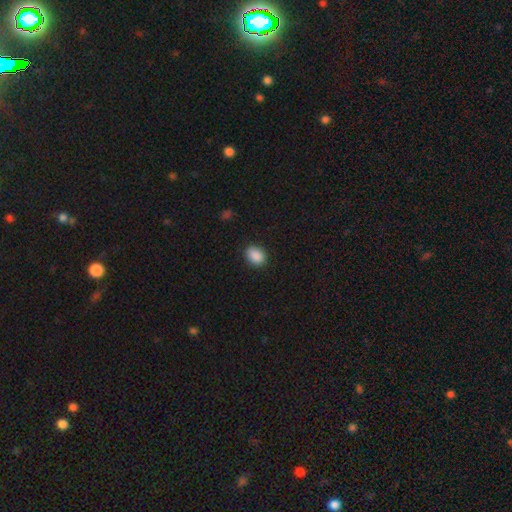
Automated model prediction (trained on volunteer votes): Smooth or featured: smooth — 89% (star or artifact — 8%)
How rounded: in between — 65% (round — 34%)
Merging: none — 86% (minor disturbance — 11%)